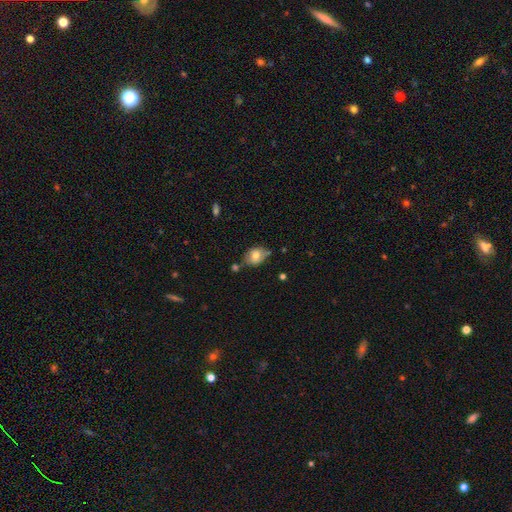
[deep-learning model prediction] Smooth or featured: smooth — 73% (featured or disk — 18%)
How rounded: in between — 68% (round — 31%)
Merging: none — 59% (minor disturbance — 26%)